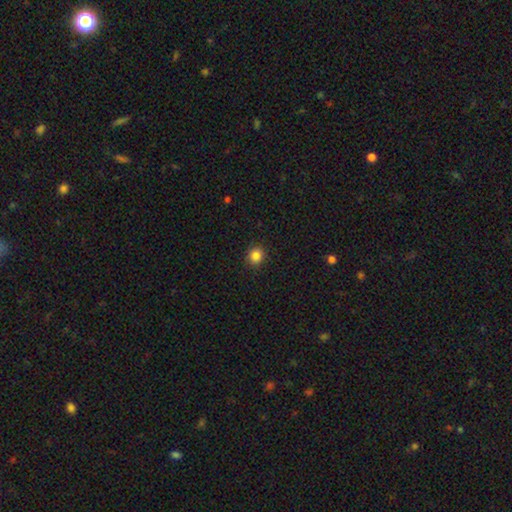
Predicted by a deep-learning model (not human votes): smooth 85%, star or artifact 11%, featured or disk 4%. Down the decision tree: how rounded — round (88%); merging — none (91%).